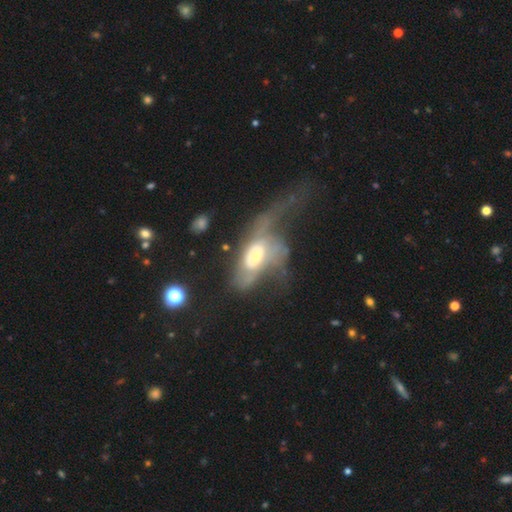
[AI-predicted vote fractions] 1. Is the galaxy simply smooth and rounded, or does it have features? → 62% featured or disk, 29% smooth, 8% star or artifact.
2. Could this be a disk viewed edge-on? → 90% no, 10% yes.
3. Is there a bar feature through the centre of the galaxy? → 63% no, 28% weak, 9% strong.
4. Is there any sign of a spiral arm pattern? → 53% yes, 47% no.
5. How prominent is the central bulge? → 48% moderate, 24% small, 21% large, 3% none, 3% dominant.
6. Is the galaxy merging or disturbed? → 65% major disturbance, 13% merger, 12% none, 10% minor disturbance.